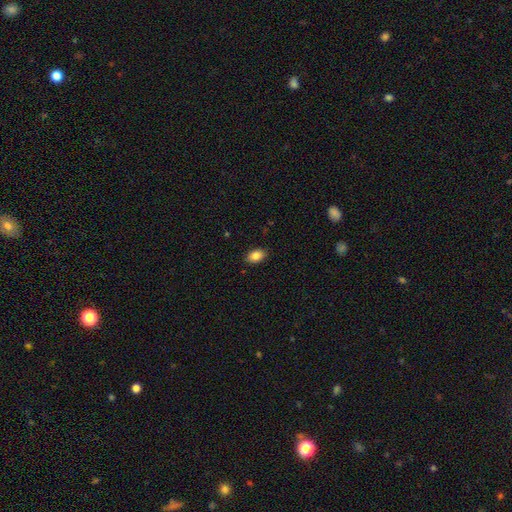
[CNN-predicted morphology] smooth_or_featured: smooth (p=0.85) [alt: star or artifact p=0.08]
how_rounded: in between (p=0.87) [alt: round p=0.11]
merging: none (p=0.88) [alt: minor disturbance p=0.09]